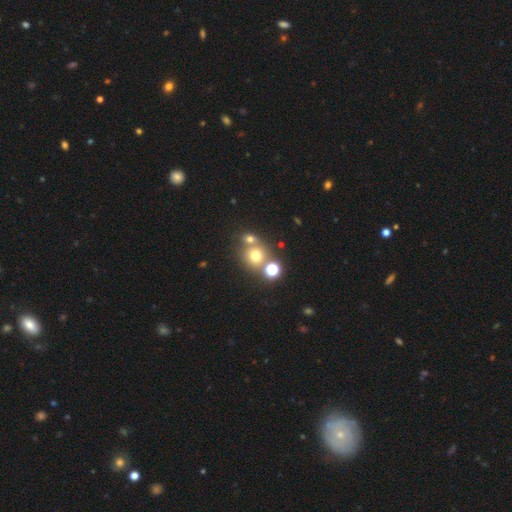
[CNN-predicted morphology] smooth-or-featured: smooth: 68% | star or artifact: 20% | featured or disk: 12%
  how-rounded: round: 85% | in between: 14% | cigar-shaped: 1%
  merging: none: 55% | merger: 33% | minor disturbance: 8% | major disturbance: 4%